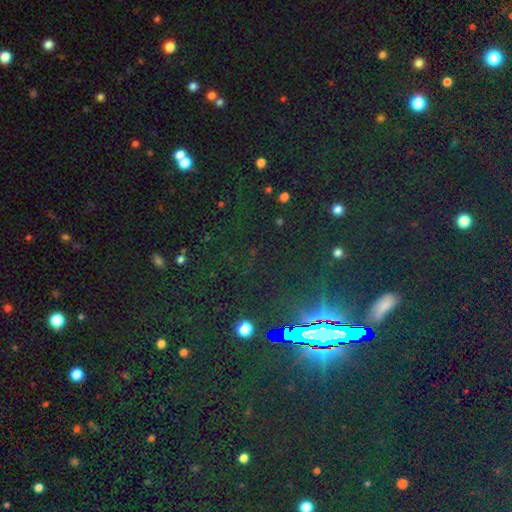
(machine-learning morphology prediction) The model was most divided on "smooth or featured": star or artifact: 77%, smooth: 12%, featured or disk: 11%.